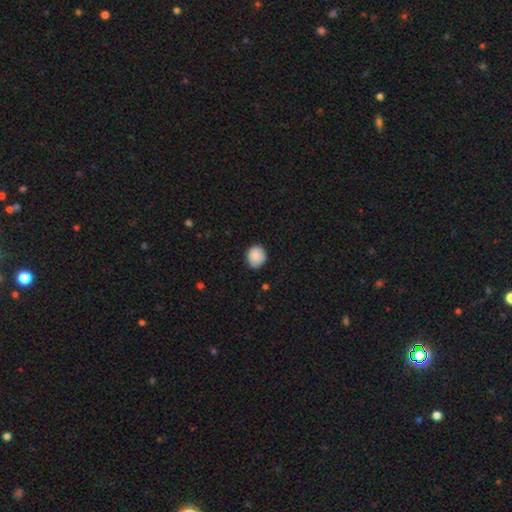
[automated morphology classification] smooth-or-featured: smooth: 87% | star or artifact: 7% | featured or disk: 6%
  how-rounded: round: 74% | in between: 25% | cigar-shaped: 1%
  merging: none: 79% | minor disturbance: 17% | major disturbance: 3% | merger: 1%